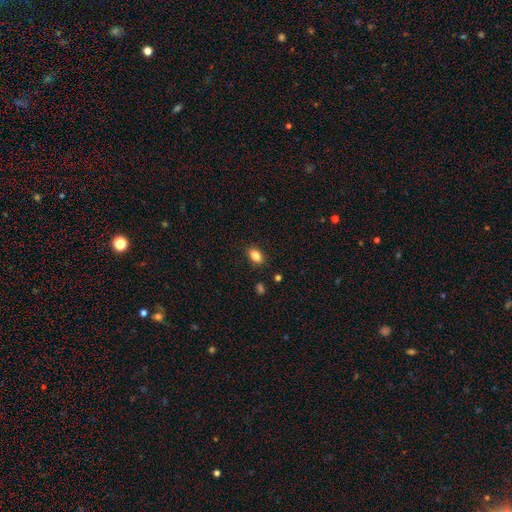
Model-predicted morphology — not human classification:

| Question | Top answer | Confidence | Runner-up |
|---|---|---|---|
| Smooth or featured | smooth | 86% | star or artifact (9%) |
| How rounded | in between | 86% | round (12%) |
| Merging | none | 87% | minor disturbance (9%) |